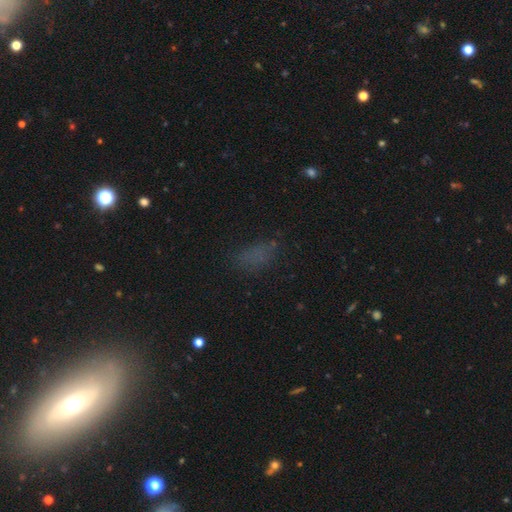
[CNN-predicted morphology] A smooth galaxy with no disk features (63%) that is in between round and cigar-shaped (80%). Merging: none (64%).